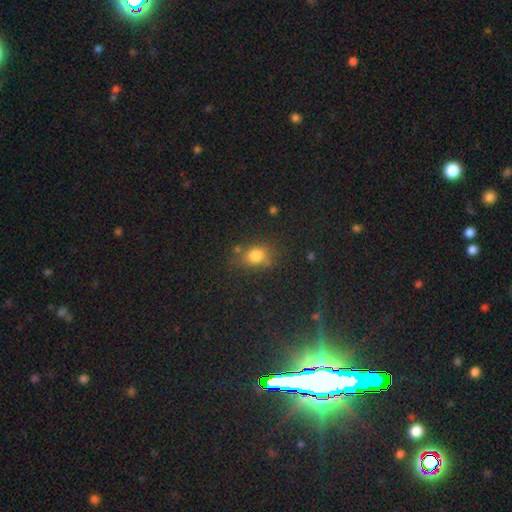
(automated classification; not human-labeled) Smooth or featured?
  - smooth: 78% *
  - star or artifact: 15%
  - featured or disk: 8%
How rounded?
  - in between: 50% *
  - round: 48%
  - cigar-shaped: 2%
Merging?
  - none: 68% *
  - minor disturbance: 18%
  - major disturbance: 7%
  - merger: 6%